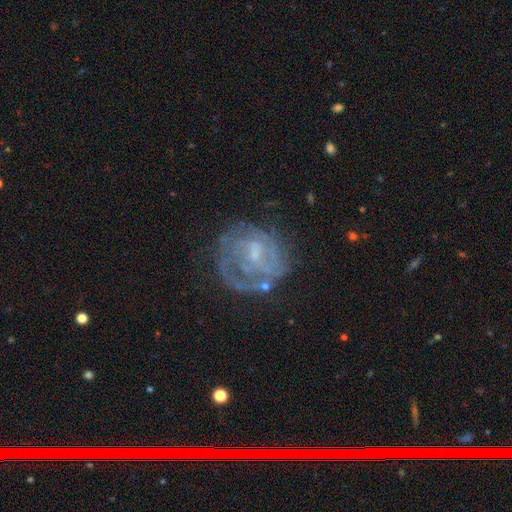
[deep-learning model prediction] Overall: featured or disk (78%). Edge-on disk: no (98%). Bar: weak (50%; no 40%). Spiral arms: yes (78%). Spiral arm count: can't tell (42%; 2 27%). Spiral winding: tight (56%; medium 32%). Bulge size: small (50%; none 24%). Merging: none (62%).